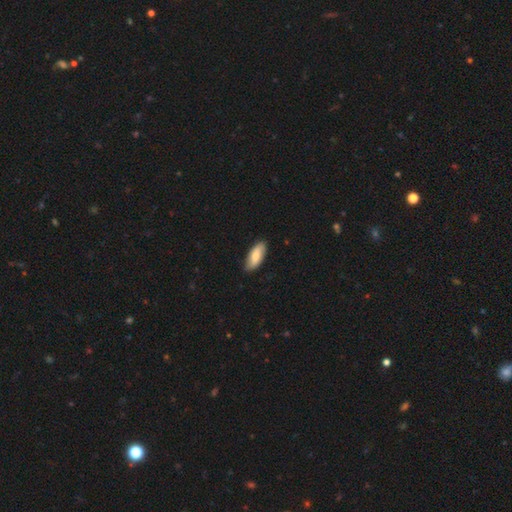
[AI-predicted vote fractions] A smooth galaxy with no disk features (74%) that is in between round and cigar-shaped (82%). Merging: none (85%).